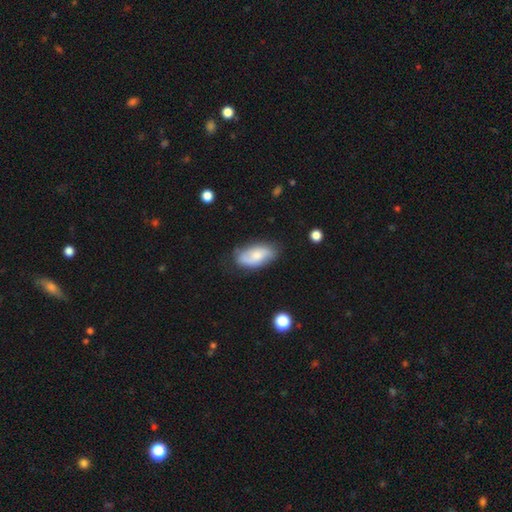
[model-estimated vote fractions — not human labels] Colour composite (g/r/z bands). It shows a smooth galaxy with no disk features (63%) that is in between round and cigar-shaped (92%). Merging: none (72%).